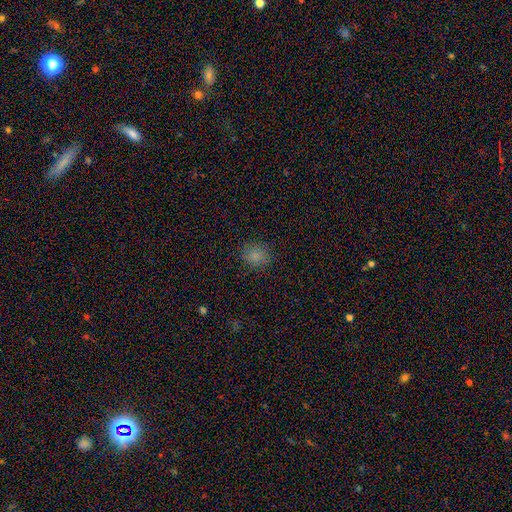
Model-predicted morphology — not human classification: Overall: smooth (82%). How rounded: round (74%). Merging: none (86%).